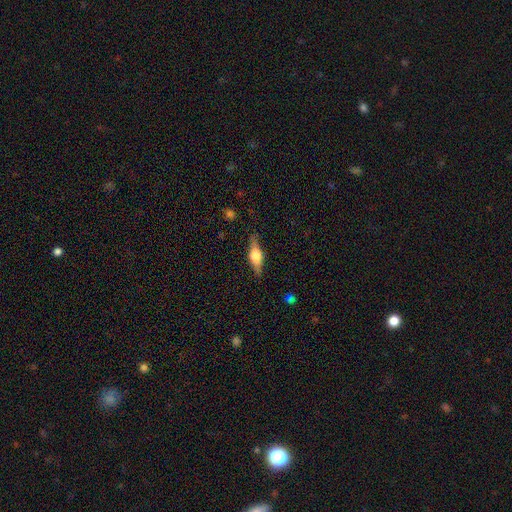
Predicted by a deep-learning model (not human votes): Smooth or featured? Predicted: featured or disk (p=0.64). Edge-on disk? Predicted: yes (p=0.96). Edge-on bulge? Predicted: rounded (p=0.89). Merging? Predicted: none (p=0.84).